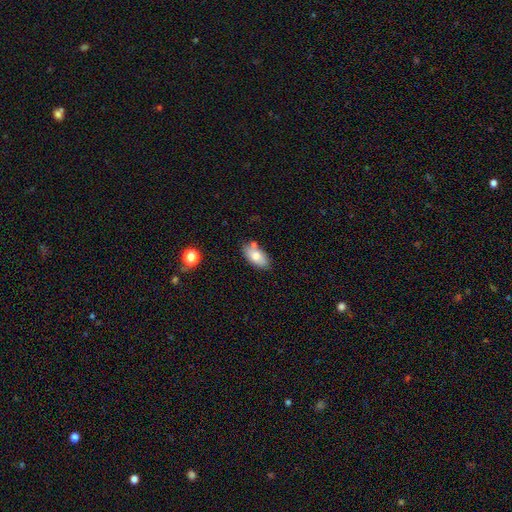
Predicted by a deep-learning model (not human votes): The model was most divided on "merging": none: 74%, minor disturbance: 14%, merger: 9%, major disturbance: 3%. More confident: how rounded — in between (91%); smooth or featured — smooth (76%).